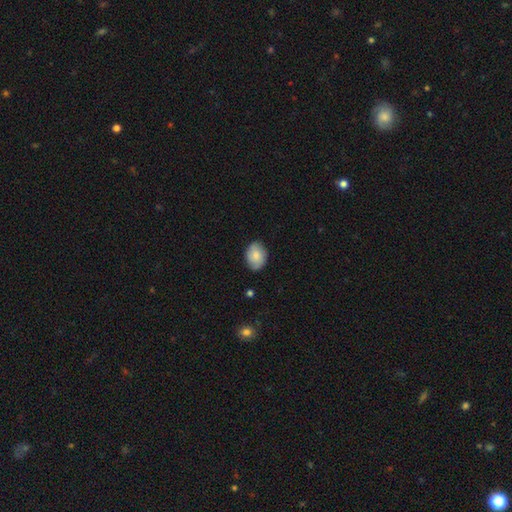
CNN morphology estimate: Overall: smooth (75%). How rounded: in between (69%; round 30%). Merging: none (80%).